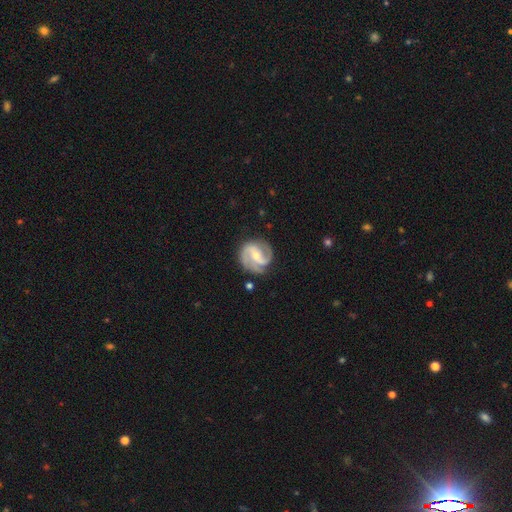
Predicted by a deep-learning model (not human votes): Smooth or featured?
  - featured or disk: 89% *
  - smooth: 6%
  - star or artifact: 4%
Edge-on disk?
  - no: 98% *
  - yes: 2%
Bar?
  - weak: 42% *
  - strong: 32%
  - no: 26%
Spiral arms?
  - yes: 97% *
  - no: 3%
Spiral winding?
  - medium: 52% *
  - tight: 32%
  - loose: 16%
Spiral arm count?
  - 2: 74% *
  - 3: 16%
  - can't tell: 4%
  - 1: 2%
  - 4: 2%
  - more than 4: 2%
Bulge size?
  - small: 49% *
  - moderate: 48%
  - large: 2%
  - none: 1%
  - dominant: 1%
Merging?
  - none: 78% *
  - minor disturbance: 15%
  - major disturbance: 5%
  - merger: 2%